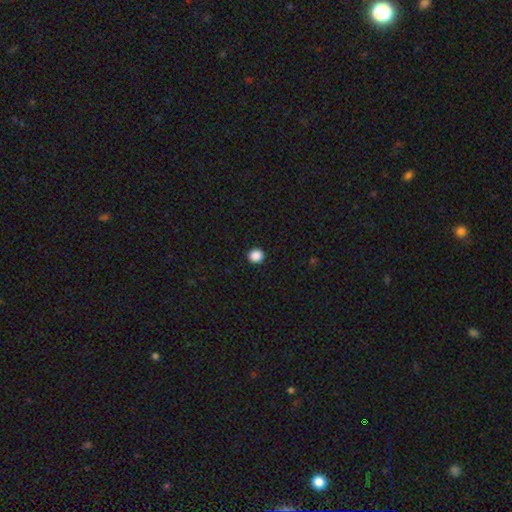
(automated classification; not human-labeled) smooth_or_featured: smooth (p=0.88) [alt: star or artifact p=0.10]
how_rounded: round (p=0.92) [alt: in between p=0.07]
merging: none (p=0.93) [alt: minor disturbance p=0.04]